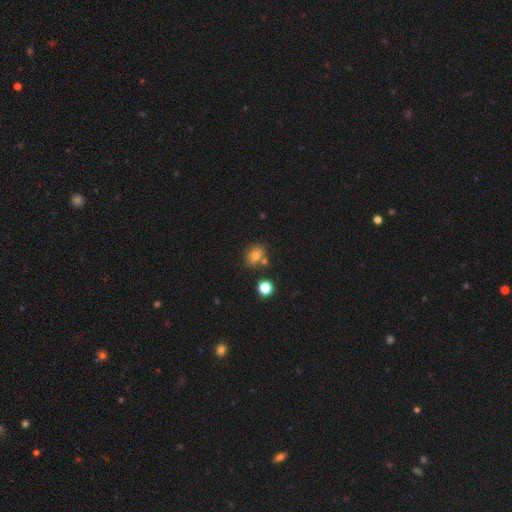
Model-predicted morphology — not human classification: smooth_or_featured: smooth (p=0.74) [alt: star or artifact p=0.14]
how_rounded: in between (p=0.59) [alt: round p=0.39]
merging: none (p=0.65) [alt: merger p=0.16]